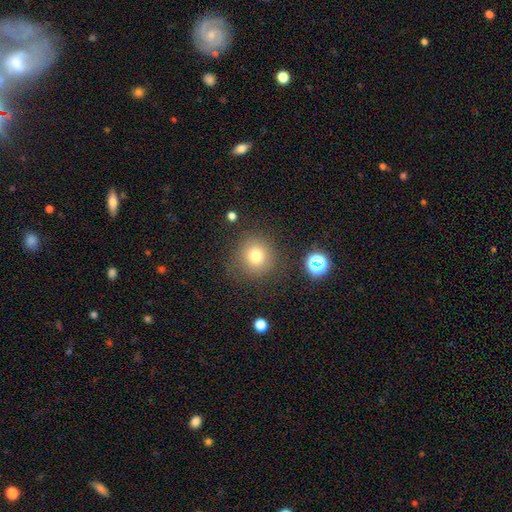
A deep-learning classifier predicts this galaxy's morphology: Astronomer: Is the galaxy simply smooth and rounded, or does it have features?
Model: smooth — 77%.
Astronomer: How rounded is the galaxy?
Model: round — 92%.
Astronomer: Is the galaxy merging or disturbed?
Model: none — 82%.